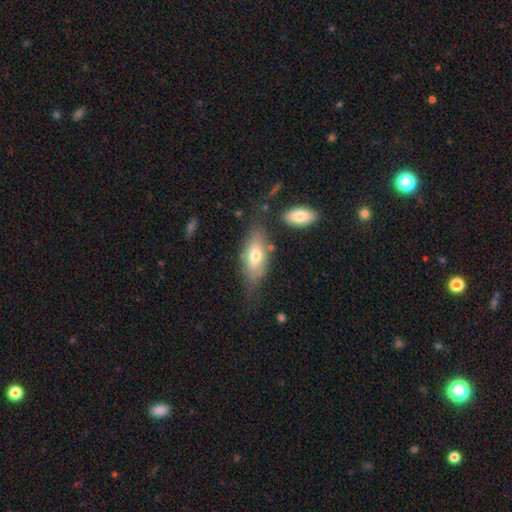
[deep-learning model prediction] Overall: smooth (64%; featured or disk 29%). How rounded: in between (81%). Merging: none (62%; minor disturbance 22%).